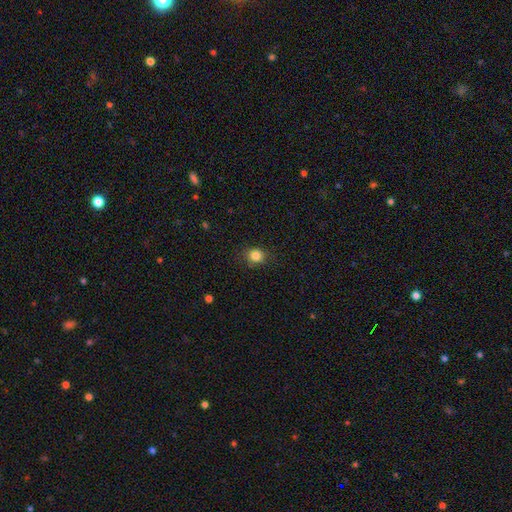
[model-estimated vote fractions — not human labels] Smooth or featured? Predicted: smooth (p=0.83). How rounded? Predicted: round (p=0.78). Merging? Predicted: none (p=0.85).